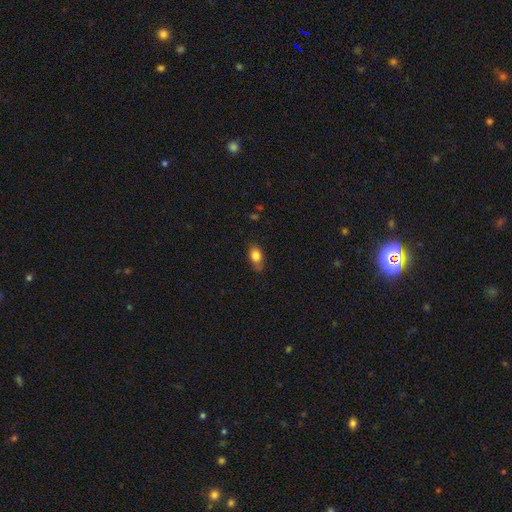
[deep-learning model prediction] Smooth or featured?
  - smooth: 83% *
  - star or artifact: 8%
  - featured or disk: 8%
How rounded?
  - in between: 81% *
  - round: 17%
  - cigar-shaped: 2%
Merging?
  - none: 65% *
  - minor disturbance: 27%
  - major disturbance: 6%
  - merger: 2%